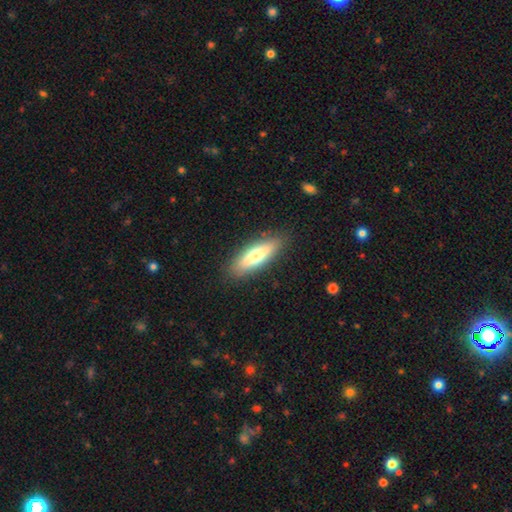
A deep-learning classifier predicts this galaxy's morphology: This appears to be a smooth galaxy with no disk features (65%) that is cigar-shaped (50%). Merging: none (87%).